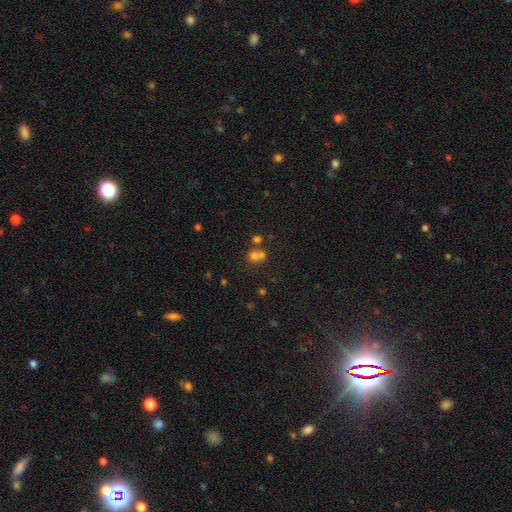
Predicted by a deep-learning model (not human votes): Q: Smooth or featured?
A: smooth (67%); runner-up: star or artifact (19%)
Q: How rounded?
A: round (82%); runner-up: in between (17%)
Q: Merging?
A: merger (51%); runner-up: none (39%)